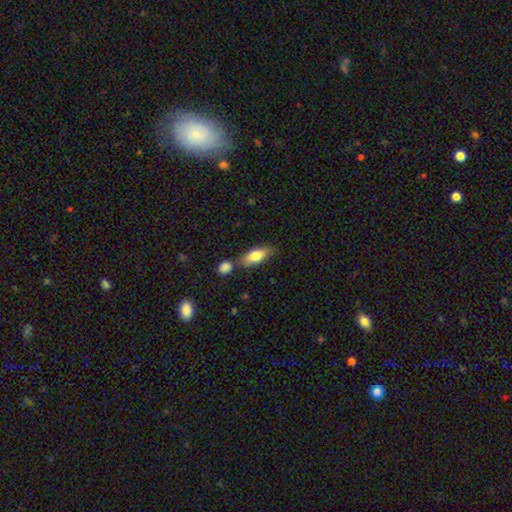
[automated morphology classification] smooth-or-featured: smooth: 76% | featured or disk: 17% | star or artifact: 6%
  how-rounded: in between: 77% | cigar-shaped: 20% | round: 3%
  merging: none: 62% | minor disturbance: 17% | merger: 17% | major disturbance: 4%